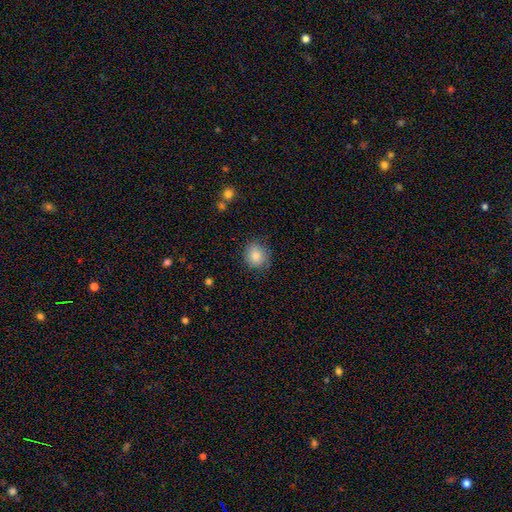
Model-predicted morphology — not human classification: Smooth or featured: smooth — 83% (star or artifact — 10%)
How rounded: round — 83% (in between — 16%)
Merging: none — 81% (minor disturbance — 14%)